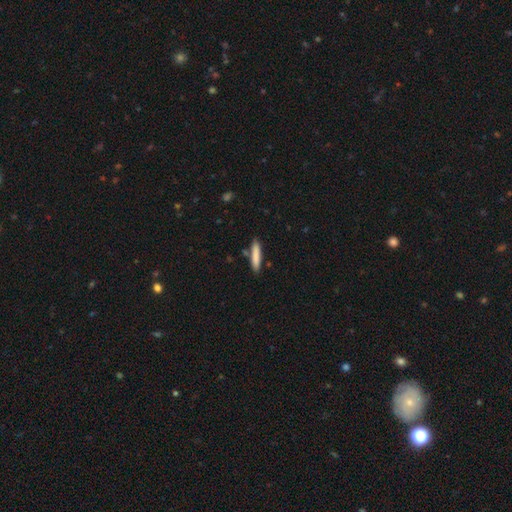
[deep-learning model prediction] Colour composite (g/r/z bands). It shows a smooth galaxy with no disk features (83%) that is cigar-shaped (87%). Merging: none (84%).